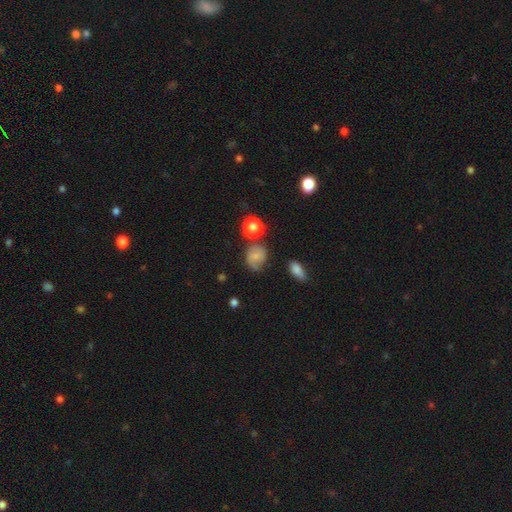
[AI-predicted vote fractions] Overall: smooth (59%; featured or disk 30%). How rounded: round (59%; in between 39%). Merging: none (51%; minor disturbance 29%).